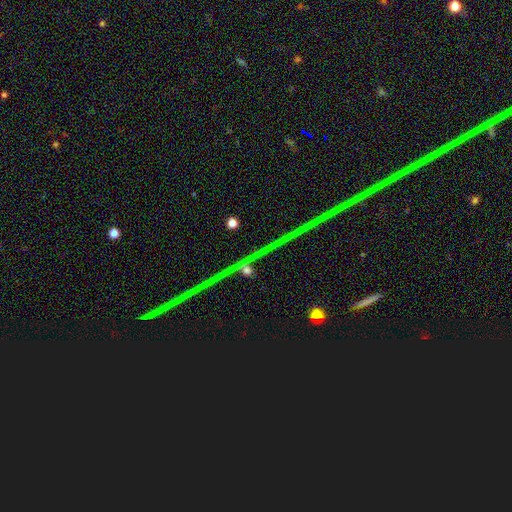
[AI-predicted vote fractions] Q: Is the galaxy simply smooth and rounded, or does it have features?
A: star or artifact — 88%.